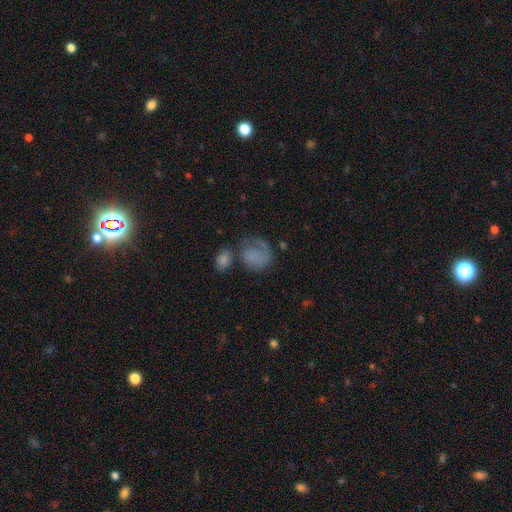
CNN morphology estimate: This is likely a smooth galaxy (61%). How rounded: possibly round (59%). Merging: marginally none (36%).